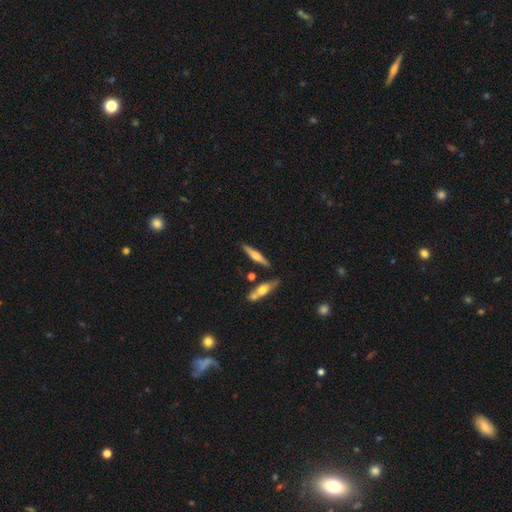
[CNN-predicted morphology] featured or disk 59%, smooth 36%, star or artifact 5%. Down the decision tree: edge-on disk — yes (96%); edge-on bulge — rounded (90%); merging — none (82%).